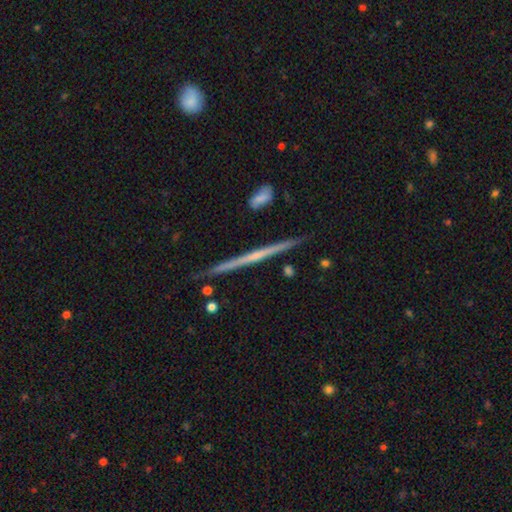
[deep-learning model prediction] The model was most divided on "edge-on bulge": none: 55%, rounded: 39%, boxy: 6%. More confident: edge-on disk — yes (98%); merging — none (91%); smooth or featured — featured or disk (75%).